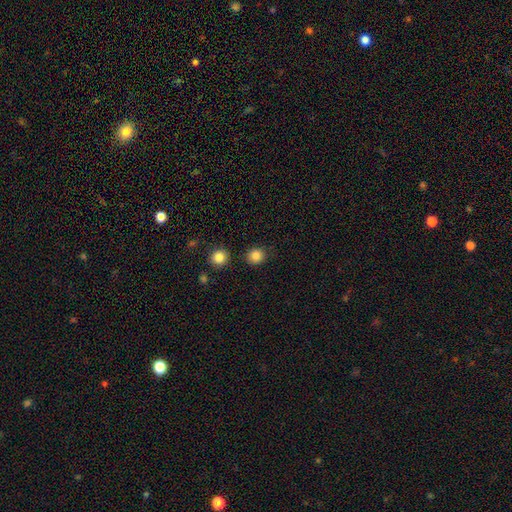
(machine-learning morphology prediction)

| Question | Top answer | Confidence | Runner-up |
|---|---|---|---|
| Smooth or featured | smooth | 85% | star or artifact (11%) |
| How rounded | round | 87% | in between (13%) |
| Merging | none | 88% | minor disturbance (7%) |